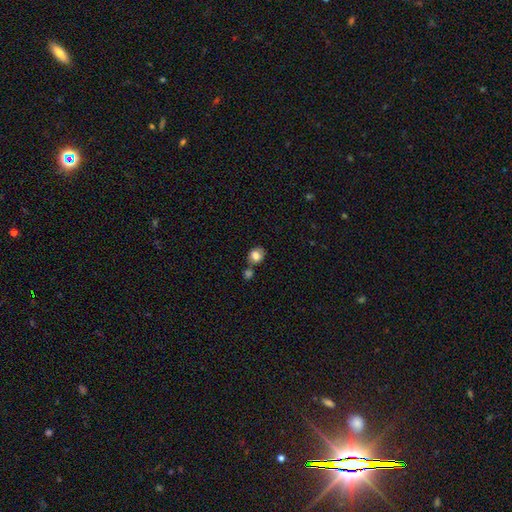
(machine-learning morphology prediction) smooth-or-featured: smooth: 80% | featured or disk: 10% | star or artifact: 9%
  how-rounded: round: 56% | in between: 42% | cigar-shaped: 1%
  merging: none: 55% | merger: 26% | minor disturbance: 15% | major disturbance: 5%